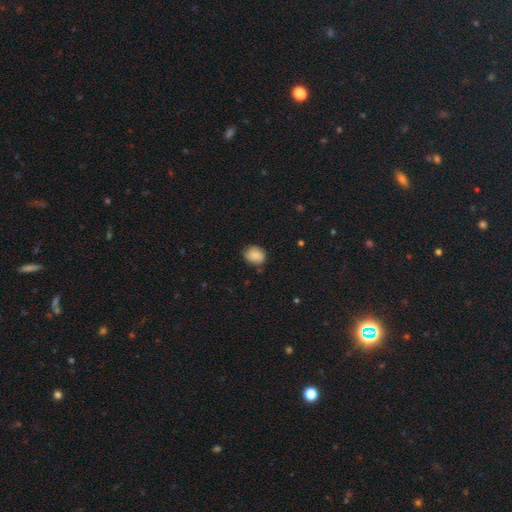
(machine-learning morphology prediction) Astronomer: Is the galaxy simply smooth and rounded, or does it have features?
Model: smooth — 83%.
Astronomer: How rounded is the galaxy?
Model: round — 55% (runner-up: in between, 44%).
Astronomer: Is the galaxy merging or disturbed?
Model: none — 74%.